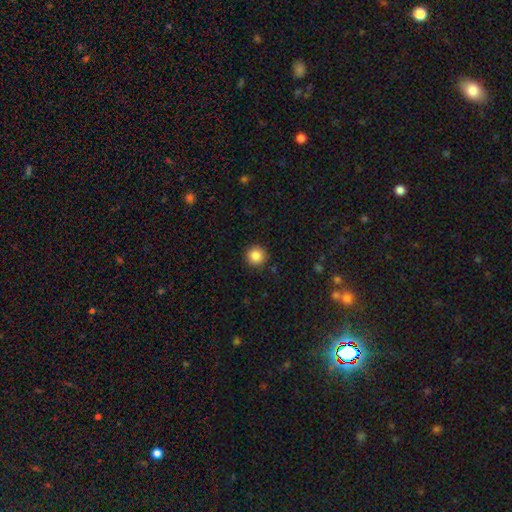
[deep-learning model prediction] Smooth or featured?
  - smooth: 86% *
  - star or artifact: 10%
  - featured or disk: 4%
How rounded?
  - round: 95% *
  - in between: 4%
  - cigar-shaped: 1%
Merging?
  - none: 91% *
  - minor disturbance: 6%
  - major disturbance: 2%
  - merger: 1%